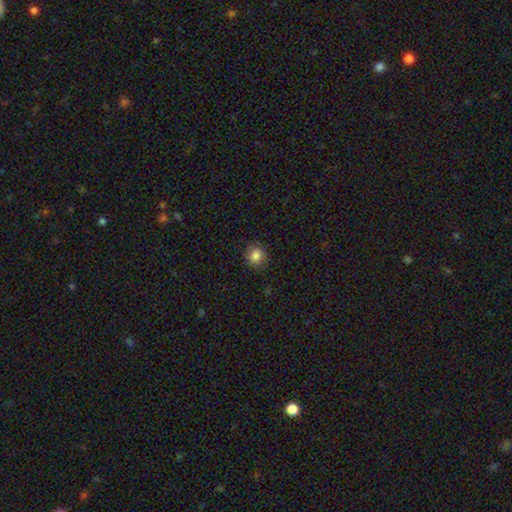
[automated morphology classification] smooth_or_featured: smooth (p=0.84) [alt: star or artifact p=0.10]
how_rounded: round (p=0.83) [alt: in between p=0.16]
merging: none (p=0.89) [alt: minor disturbance p=0.08]